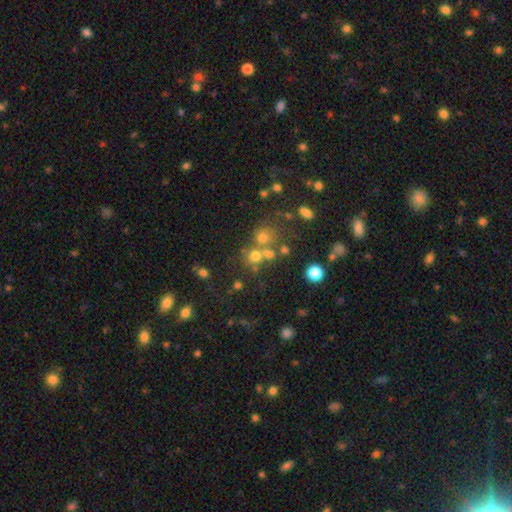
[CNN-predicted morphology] A smooth galaxy with no disk features (62%) that is round (86%).

Vote fractions:
- Smooth or featured? smooth: 62% / star or artifact: 24% / featured or disk: 14%
- How rounded? round: 86% / in between: 13% / cigar-shaped: 1%
- Merging? none: 53% / merger: 32% / minor disturbance: 9% / major disturbance: 5%